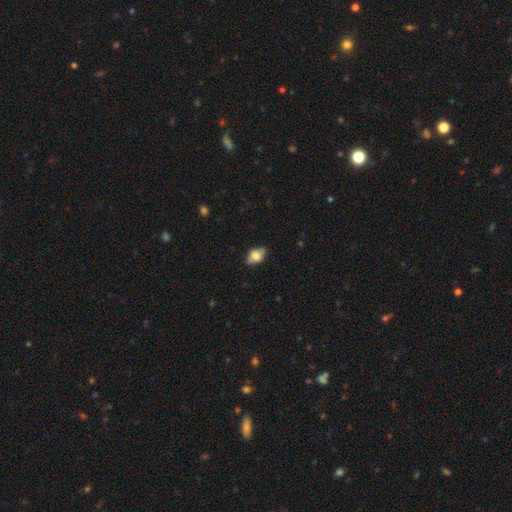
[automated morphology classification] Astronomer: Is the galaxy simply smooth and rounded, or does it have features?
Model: smooth — 68%.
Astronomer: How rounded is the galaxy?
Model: in between — 84%.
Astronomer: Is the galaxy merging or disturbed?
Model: none — 79%.